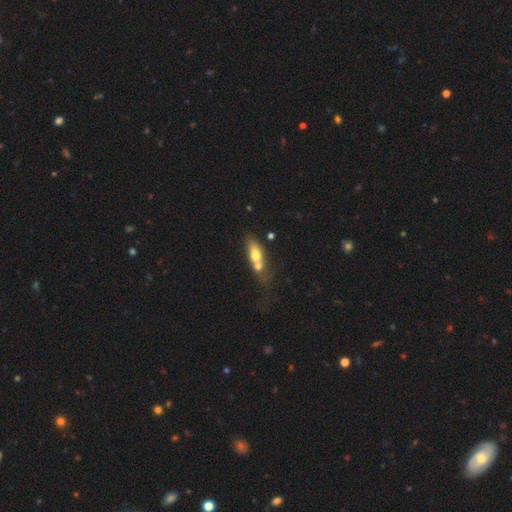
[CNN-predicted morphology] This is likely a smooth galaxy (62%). How rounded: likely in between (65%). Merging: possibly merger (55%).